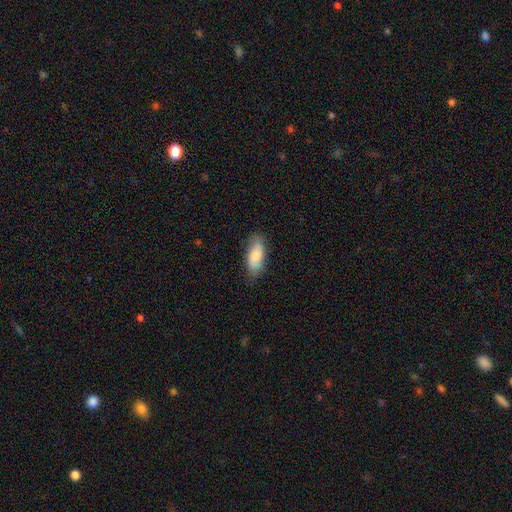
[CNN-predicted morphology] The model was most divided on "smooth or featured": smooth: 76%, featured or disk: 17%, star or artifact: 6%. More confident: merging — none (80%); how rounded — in between (80%).